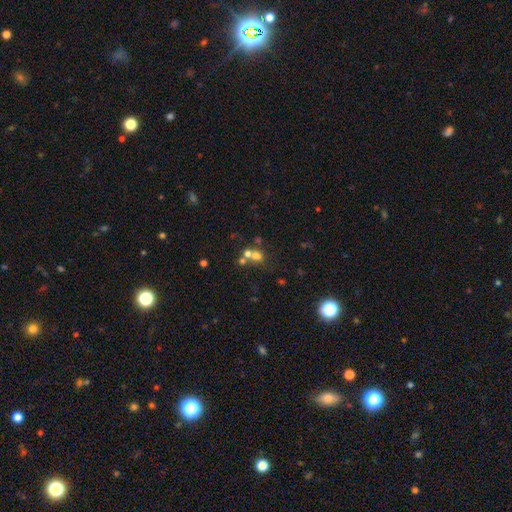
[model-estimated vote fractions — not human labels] Smooth or featured?
  - smooth: 61% *
  - star or artifact: 20%
  - featured or disk: 19%
How rounded?
  - round: 72% *
  - in between: 27%
  - cigar-shaped: 1%
Merging?
  - merger: 49% *
  - none: 39%
  - minor disturbance: 7%
  - major disturbance: 5%